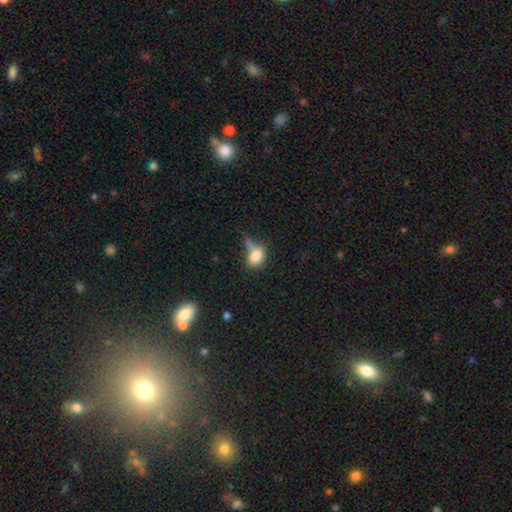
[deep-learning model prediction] A smooth galaxy with no disk features (78%) that is in between round and cigar-shaped (72%). Merging: none (35%).